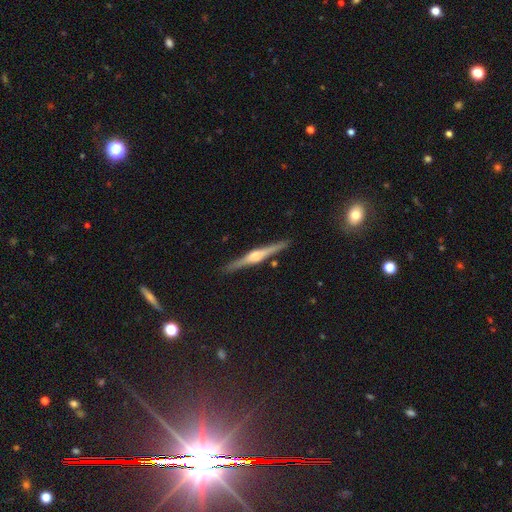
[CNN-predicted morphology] Q: Smooth or featured?
A: featured or disk (79%); runner-up: smooth (15%)
Q: Edge-on disk?
A: yes (98%); runner-up: no (2%)
Q: Edge-on bulge?
A: rounded (81%); runner-up: boxy (14%)
Q: Merging?
A: none (90%); runner-up: minor disturbance (7%)